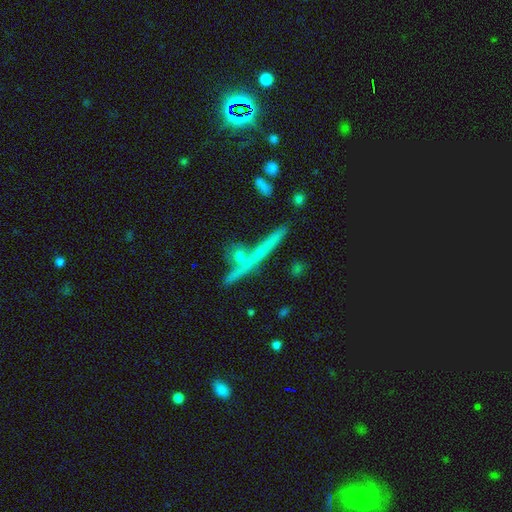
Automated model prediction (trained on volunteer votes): Morphology: type=featured or disk (49%); merging=none (73%).